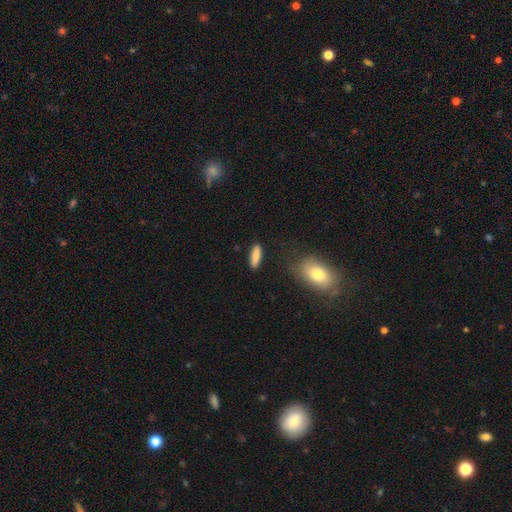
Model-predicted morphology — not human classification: Smooth or featured? Predicted: smooth (p=0.85). How rounded? Predicted: cigar-shaped (p=0.54). Merging? Predicted: none (p=0.85).